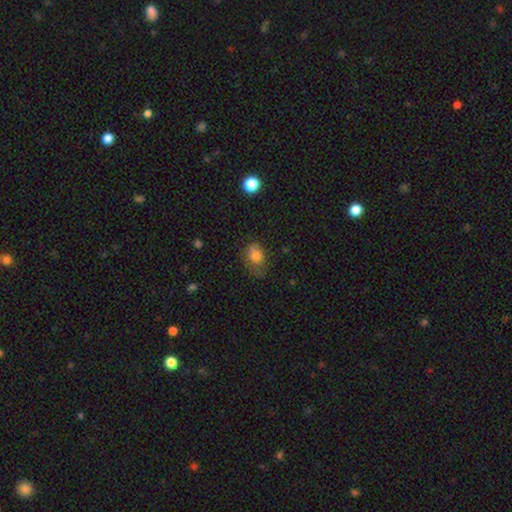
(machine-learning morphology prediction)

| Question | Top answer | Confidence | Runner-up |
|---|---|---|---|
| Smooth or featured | smooth | 78% | featured or disk (11%) |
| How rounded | in between | 69% | round (30%) |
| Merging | none | 49% | minor disturbance (33%) |